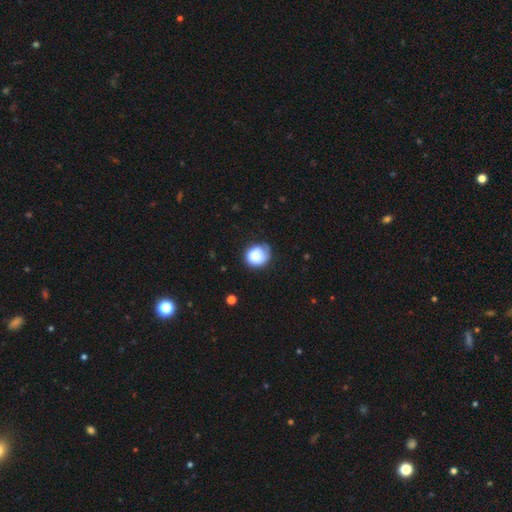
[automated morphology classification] Smooth or featured? Predicted: smooth (p=0.79). How rounded? Predicted: round (p=0.73). Merging? Predicted: none (p=0.46).